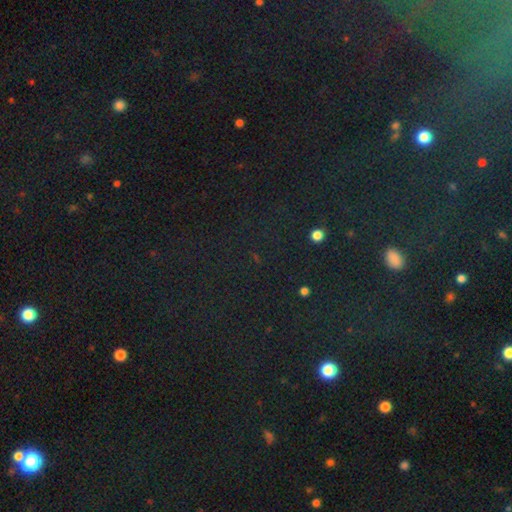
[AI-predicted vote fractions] Smooth or featured: star or artifact — 79% (smooth — 13%)